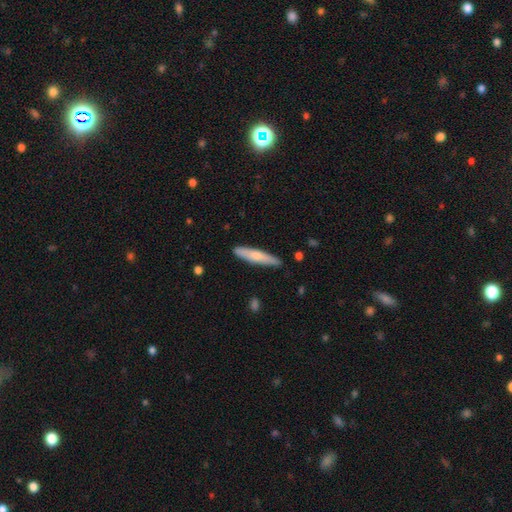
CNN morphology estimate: Smooth or featured? Predicted: smooth (p=0.66). How rounded? Predicted: cigar-shaped (p=0.88). Merging? Predicted: none (p=0.85).